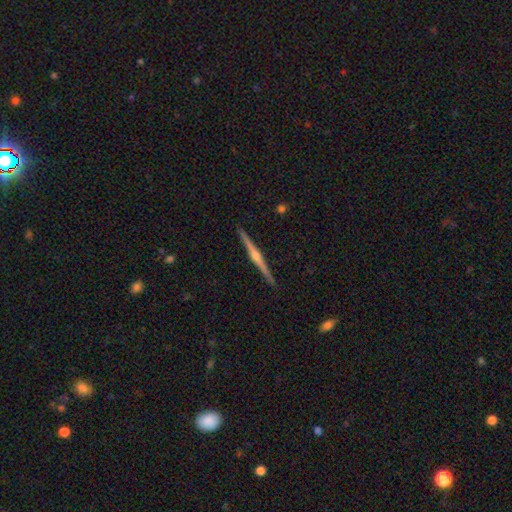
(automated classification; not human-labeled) featured or disk 84%, smooth 11%, star or artifact 5%. Down the decision tree: edge-on disk — yes (99%); edge-on bulge — rounded (91%); merging — none (92%).